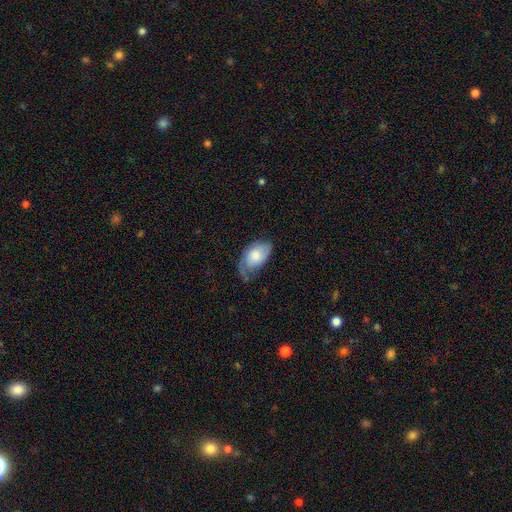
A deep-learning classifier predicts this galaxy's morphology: smooth_or_featured: smooth (p=0.61) [alt: featured or disk p=0.33]
how_rounded: in between (p=0.93) [alt: round p=0.05]
merging: minor disturbance (p=0.41) [alt: none p=0.39]